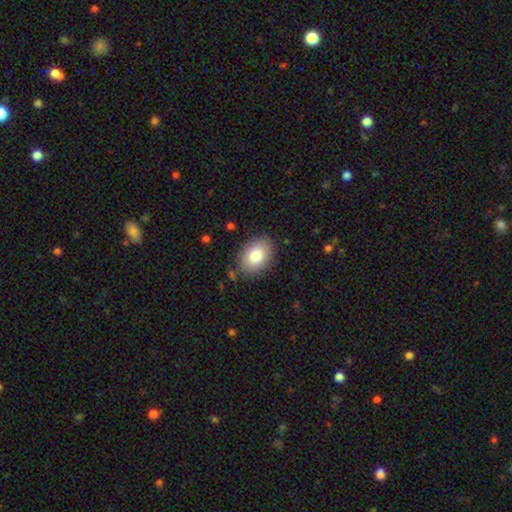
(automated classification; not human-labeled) Smooth or featured: smooth — 81% (featured or disk — 11%)
How rounded: in between — 76% (round — 23%)
Merging: none — 85% (minor disturbance — 11%)